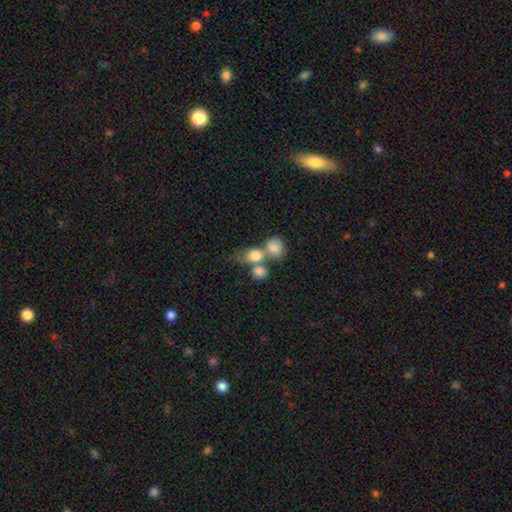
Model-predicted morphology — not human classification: A smooth galaxy with no disk features (78%) that is round (51%).

Vote fractions:
- Smooth or featured? smooth: 78% / featured or disk: 13% / star or artifact: 9%
- How rounded? round: 51% / in between: 46% / cigar-shaped: 2%
- Merging? merger: 57% / none: 27% / minor disturbance: 9% / major disturbance: 6%